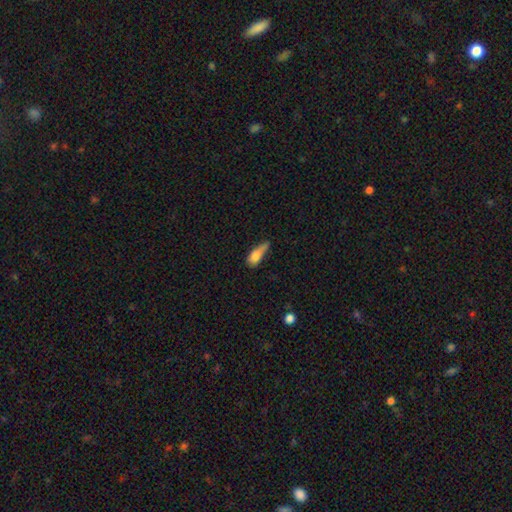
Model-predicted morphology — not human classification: smooth 74%, featured or disk 17%, star or artifact 9%. Down the decision tree: how rounded — in between (64%); merging — minor disturbance (38%).